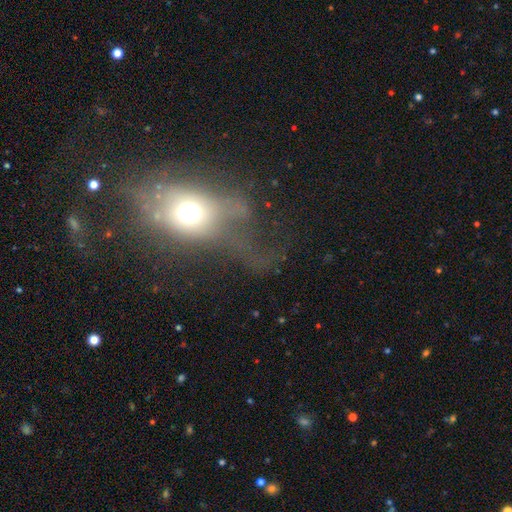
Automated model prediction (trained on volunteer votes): A featured or disk galaxy (45%). Merging: major disturbance (50%).